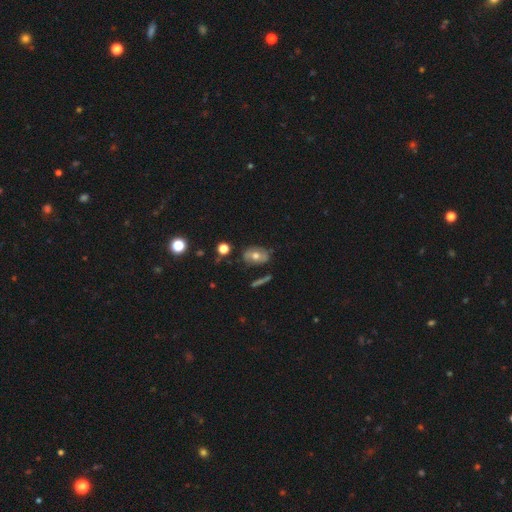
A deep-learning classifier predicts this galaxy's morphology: Smooth or featured? smooth (54%)
How rounded? in between (76%)
Merging? none (67%)